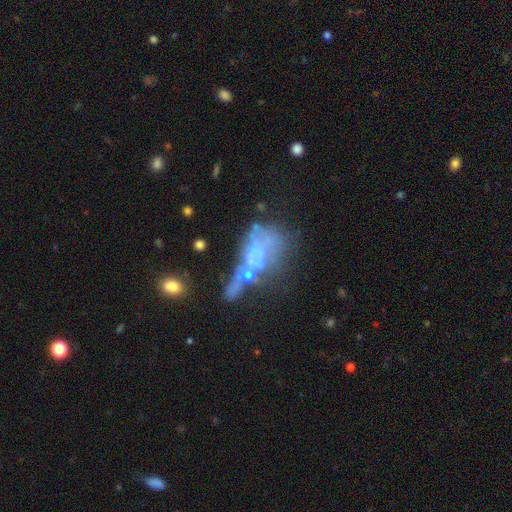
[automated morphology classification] A featured or disk galaxy (56%) with no bar (88%), no spiral arms (87%) and no central bulge (60%).

Vote fractions:
- Smooth or featured? featured or disk: 56% / smooth: 27% / star or artifact: 17%
- Edge-on disk? no: 92% / yes: 8%
- Bar? no: 88% / weak: 9% / strong: 4%
- Spiral arms? no: 87% / yes: 13%
- Bulge size? none: 60% / small: 20% / moderate: 15% / large: 4% / dominant: 2%
- Merging? major disturbance: 34% / merger: 30% / none: 21% / minor disturbance: 15%